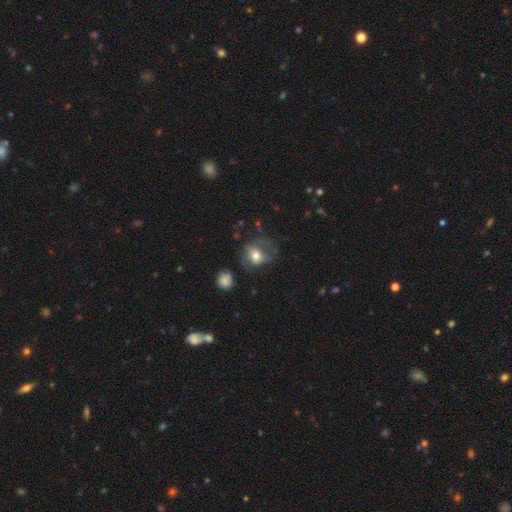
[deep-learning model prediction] A smooth galaxy with no disk features (61%) that is in between round and cigar-shaped (49%, tied with round).

Vote fractions:
- Smooth or featured? smooth: 61% / featured or disk: 29% / star or artifact: 9%
- How rounded? in between: 49% (tied) / round: 49% (tied) / cigar-shaped: 1%
- Merging? none: 36% / major disturbance: 35% / minor disturbance: 25% / merger: 4%